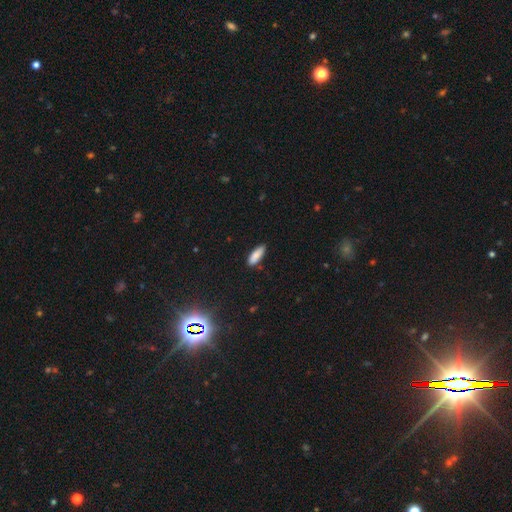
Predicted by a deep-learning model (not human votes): Smooth or featured? smooth (85%)
How rounded? in between (55%)
Merging? none (78%)